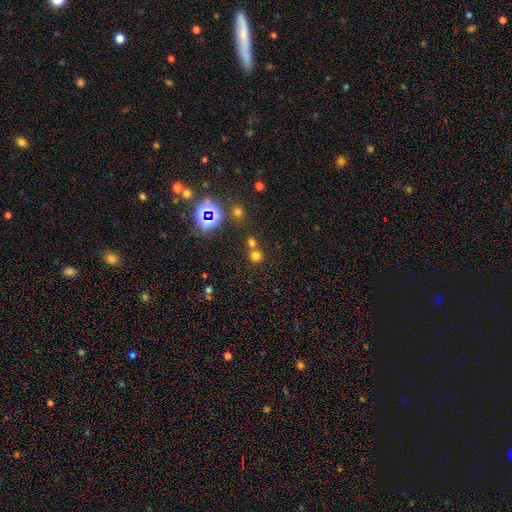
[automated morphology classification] This is likely a smooth galaxy (66%). How rounded: clearly round (89%). Merging: possibly none (59%).